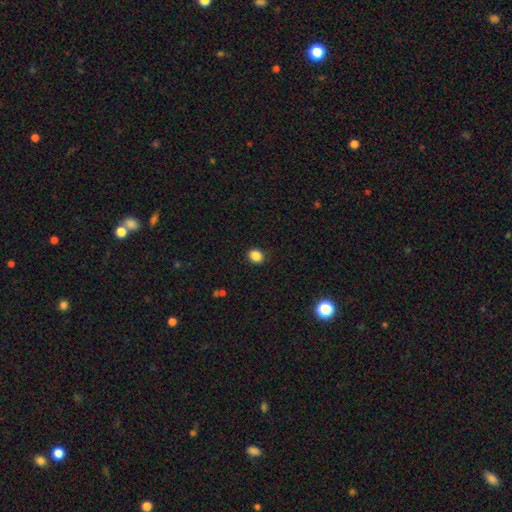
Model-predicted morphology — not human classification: This is clearly a smooth galaxy (86%). How rounded: likely round (67%). Merging: clearly none (89%).